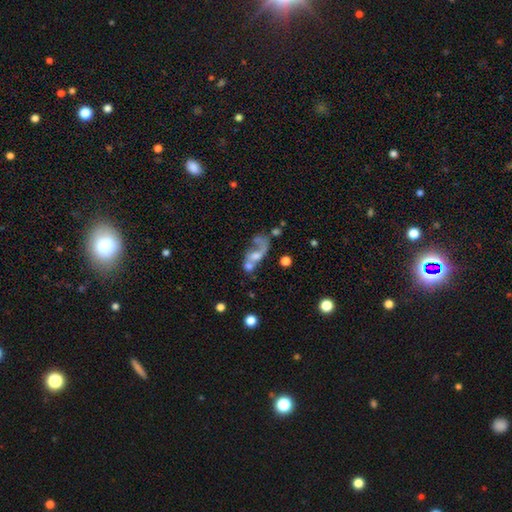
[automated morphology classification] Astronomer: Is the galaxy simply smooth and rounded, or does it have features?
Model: featured or disk — 58%.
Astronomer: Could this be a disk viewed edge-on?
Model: no — 93%.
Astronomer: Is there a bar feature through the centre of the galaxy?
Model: no — 72%.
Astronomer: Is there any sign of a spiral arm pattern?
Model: yes — 57% (runner-up: no, 43%).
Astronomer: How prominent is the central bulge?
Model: moderate — 35% (runner-up: small, 28%).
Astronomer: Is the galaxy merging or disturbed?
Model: merger — 41% (runner-up: major disturbance, 25%).